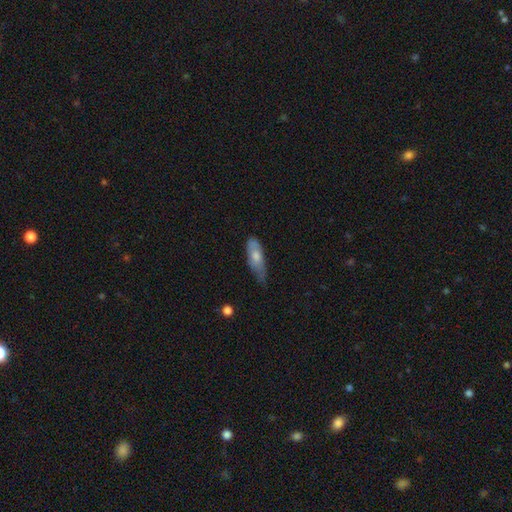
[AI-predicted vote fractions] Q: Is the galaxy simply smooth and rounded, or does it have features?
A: smooth — 68%.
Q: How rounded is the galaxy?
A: in between — 59%.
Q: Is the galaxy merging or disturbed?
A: minor disturbance — 45%.